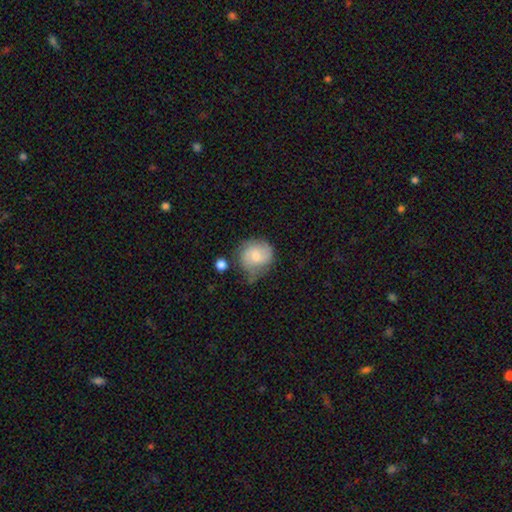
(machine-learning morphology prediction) smooth_or_featured: featured or disk (p=0.48) [alt: smooth p=0.44]
merging: none (p=0.54) [alt: minor disturbance p=0.29]